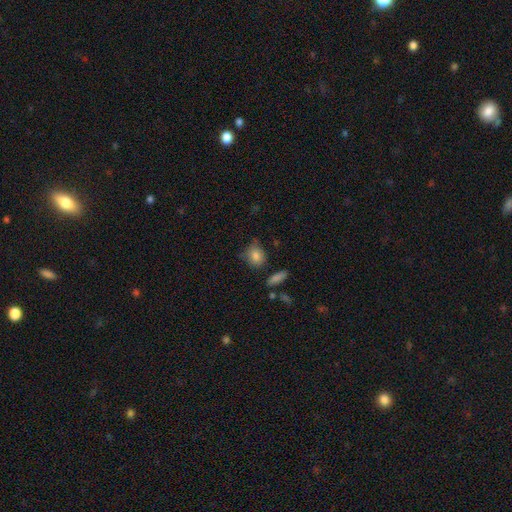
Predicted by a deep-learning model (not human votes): smooth 82%, featured or disk 10%, star or artifact 8%. Down the decision tree: how rounded — round (60%); merging — none (64%).